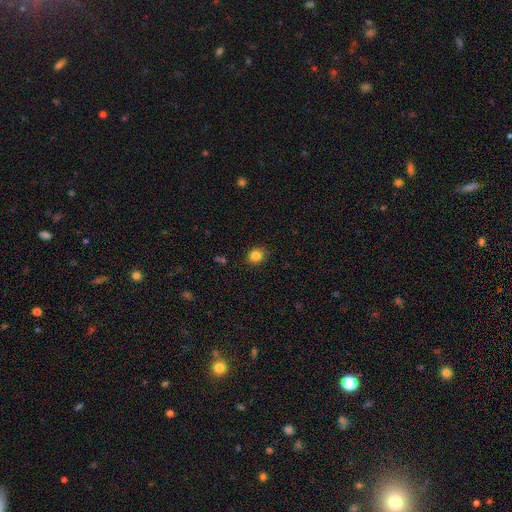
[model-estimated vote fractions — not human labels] Smooth or featured: smooth — 85% (star or artifact — 10%)
How rounded: round — 66% (in between — 33%)
Merging: none — 84% (minor disturbance — 12%)